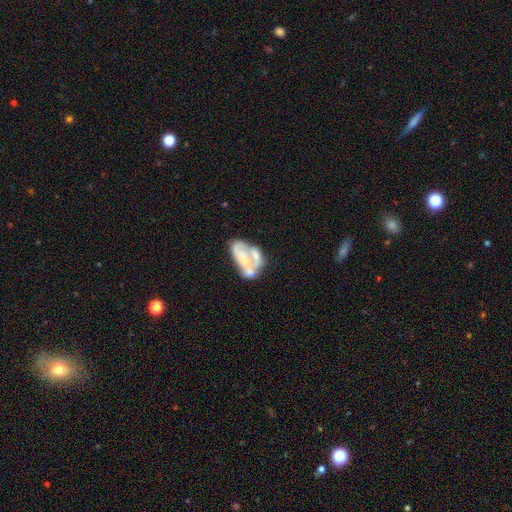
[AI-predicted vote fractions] smooth_or_featured: featured or disk (p=0.60) [alt: smooth p=0.31]
disk_edge_on: no (p=0.96) [alt: yes p=0.04]
bar: no (p=0.80) [alt: weak p=0.12]
has_spiral_arms: no (p=0.80) [alt: yes p=0.20]
bulge_size: none (p=0.53) [alt: small p=0.19]
merging: merger (p=0.34) [alt: none p=0.27]